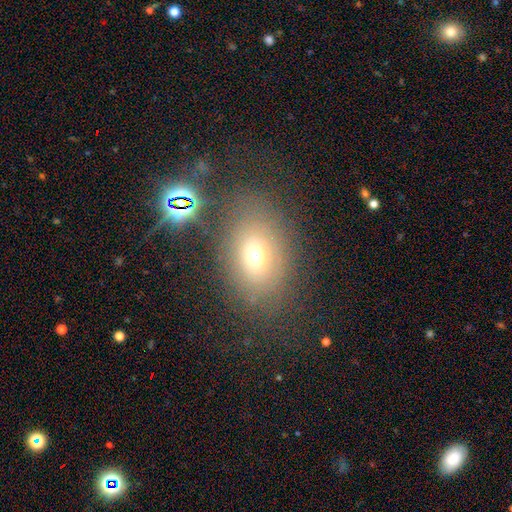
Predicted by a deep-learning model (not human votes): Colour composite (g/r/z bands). It shows a smooth galaxy with no disk features (61%) that is in between round and cigar-shaped (75%). Merging: none (75%).